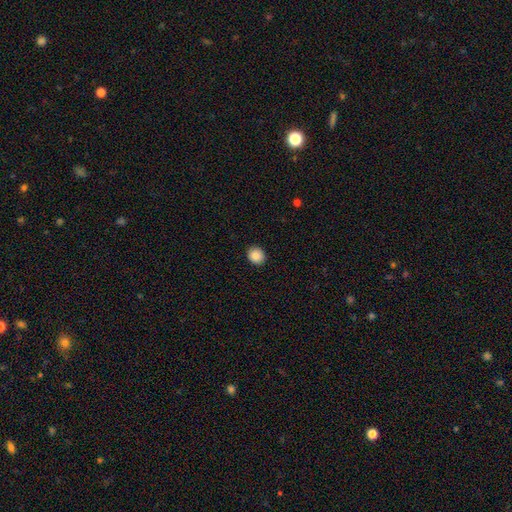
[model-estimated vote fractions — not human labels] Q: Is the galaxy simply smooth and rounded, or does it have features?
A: smooth — 89%.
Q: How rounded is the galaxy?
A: round — 76%.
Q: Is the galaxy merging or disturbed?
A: none — 91%.